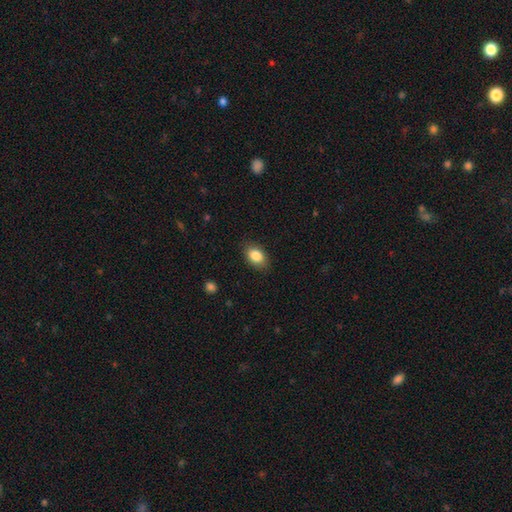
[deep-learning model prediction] A smooth galaxy with no disk features (86%) that is in between round and cigar-shaped (84%). Merging: none (84%).